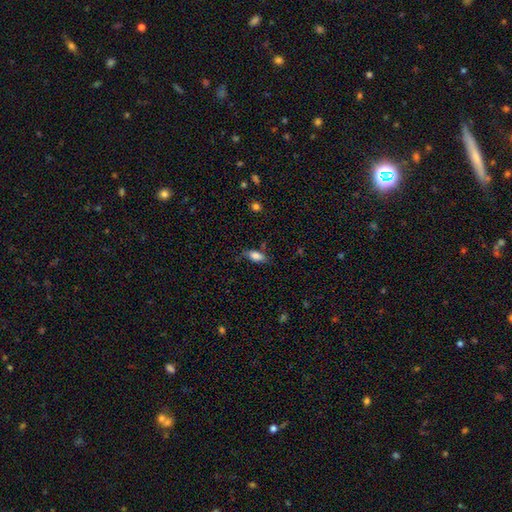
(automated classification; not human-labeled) A smooth galaxy with no disk features (80%) that is in between round and cigar-shaped (83%).

Vote fractions:
- Smooth or featured? smooth: 80% / featured or disk: 12% / star or artifact: 8%
- How rounded? in between: 83% / cigar-shaped: 13% / round: 4%
- Merging? none: 66% / minor disturbance: 25% / major disturbance: 6% / merger: 3%